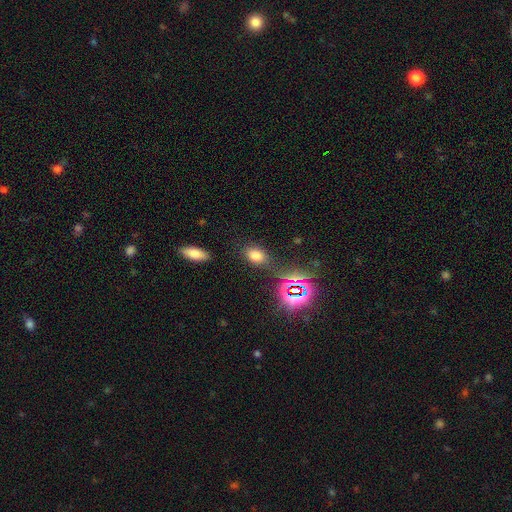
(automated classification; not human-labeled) Smooth or featured? Predicted: smooth (p=0.70). How rounded? Predicted: in between (p=0.78). Merging? Predicted: none (p=0.79).